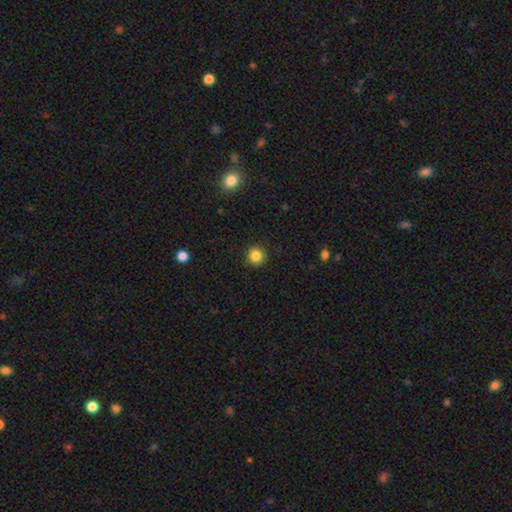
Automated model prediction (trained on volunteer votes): A smooth galaxy with no disk features (85%) that is round (94%). Merging: none (91%).